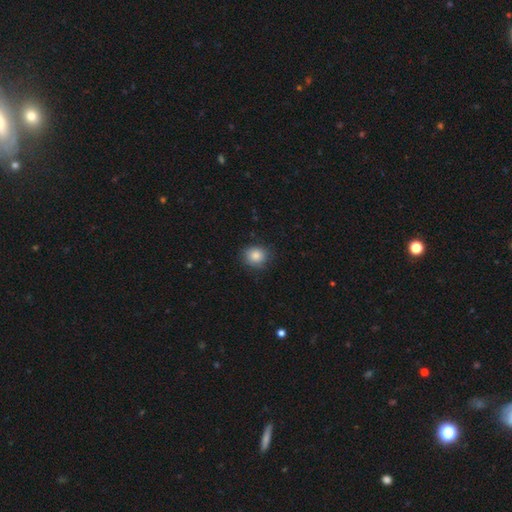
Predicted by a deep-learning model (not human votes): Smooth or featured? smooth (86%)
How rounded? round (79%)
Merging? none (82%)